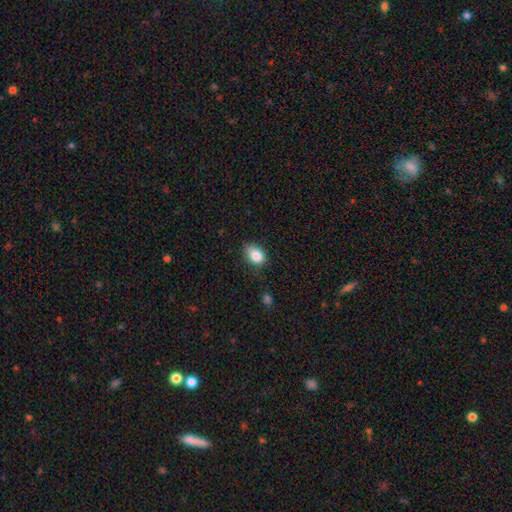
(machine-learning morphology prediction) This is clearly a smooth galaxy (85%). How rounded: likely in between (75%). Merging: likely none (68%).